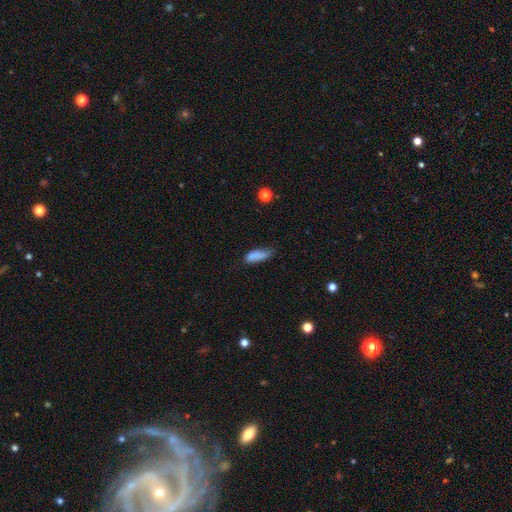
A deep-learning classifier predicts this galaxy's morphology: A smooth galaxy with no disk features (81%) that is in between round and cigar-shaped (65%). Merging: none (51%).